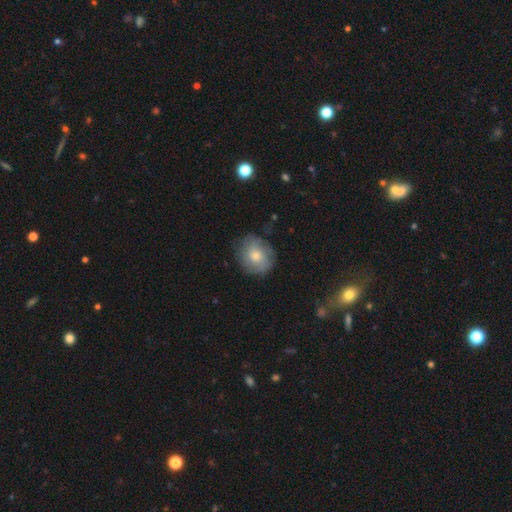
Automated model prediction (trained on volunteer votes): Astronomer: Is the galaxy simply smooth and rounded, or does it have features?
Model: smooth — 50% (runner-up: featured or disk, 40%).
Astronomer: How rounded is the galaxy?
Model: round — 74%.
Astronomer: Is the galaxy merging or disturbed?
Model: none — 74%.